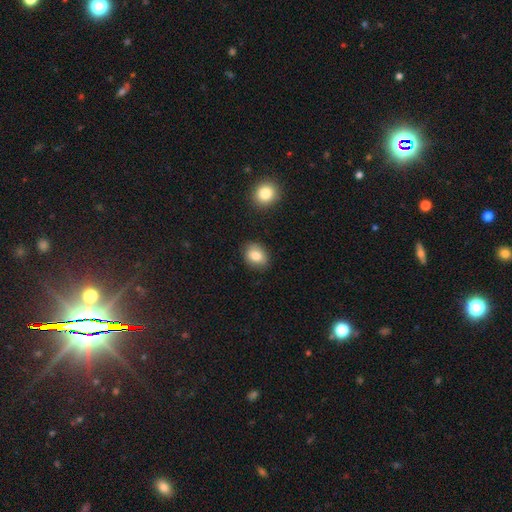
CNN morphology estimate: This appears to be a smooth galaxy with no disk features (82%) that is in between round and cigar-shaped (59%). Merging: none (85%).